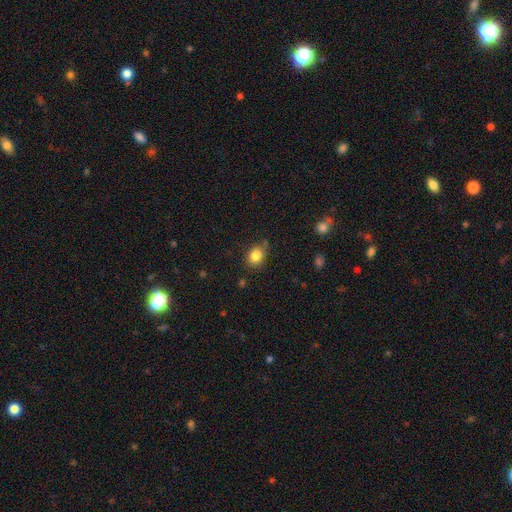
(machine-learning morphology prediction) smooth 84%, star or artifact 10%, featured or disk 6%. Down the decision tree: how rounded — round (56%); merging — none (77%).